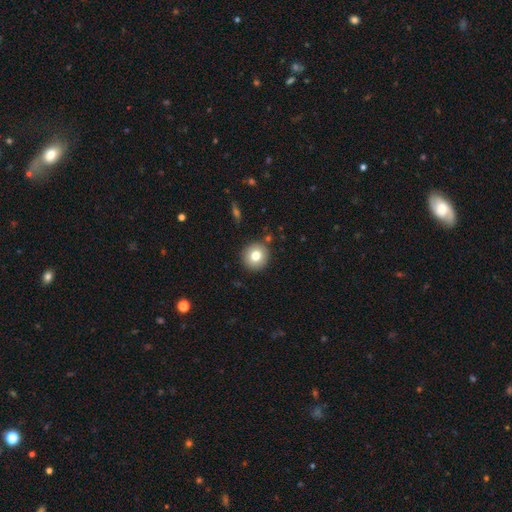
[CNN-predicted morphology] smooth_or_featured: smooth (p=0.77) [alt: featured or disk p=0.13]
how_rounded: round (p=0.94) [alt: in between p=0.05]
merging: none (p=0.89) [alt: minor disturbance p=0.06]